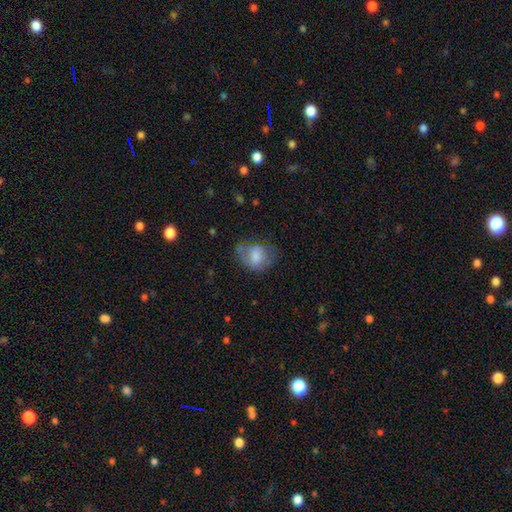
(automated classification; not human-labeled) smooth-or-featured: smooth: 67% | featured or disk: 25% | star or artifact: 8%
  how-rounded: in between: 58% | round: 40% | cigar-shaped: 1%
  merging: none: 44% | minor disturbance: 32% | major disturbance: 22% | merger: 2%